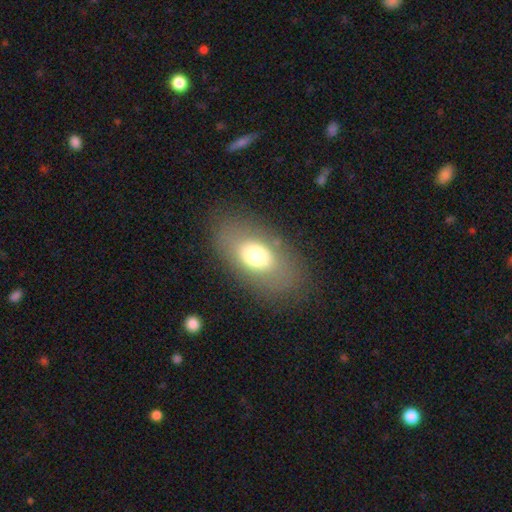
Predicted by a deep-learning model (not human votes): A smooth galaxy with no disk features (66%) that is in between round and cigar-shaped (87%). Merging: none (79%).